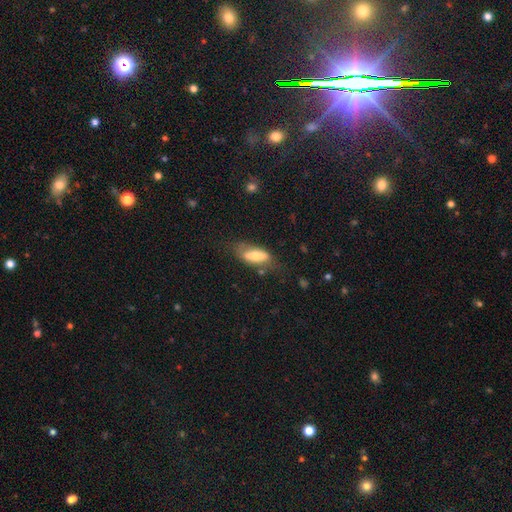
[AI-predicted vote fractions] A smooth galaxy with no disk features (61%) that is in between round and cigar-shaped (75%).

Vote fractions:
- Smooth or featured? smooth: 61% / featured or disk: 33% / star or artifact: 7%
- How rounded? in between: 75% / cigar-shaped: 22% / round: 3%
- Merging? none: 56% / minor disturbance: 27% / major disturbance: 14% / merger: 4%